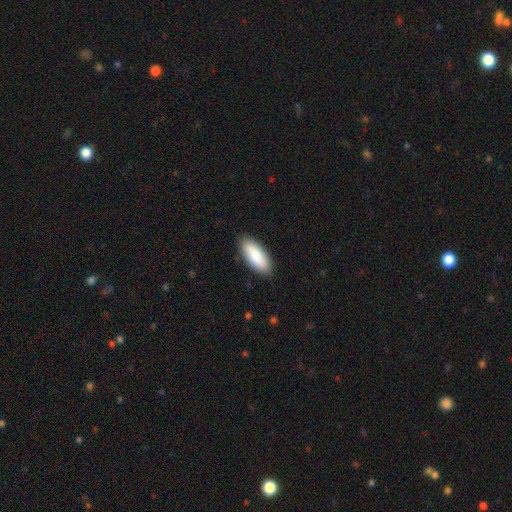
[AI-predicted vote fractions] Morphology: type=smooth (85%); roundness=in between (80%); merging=none (88%).